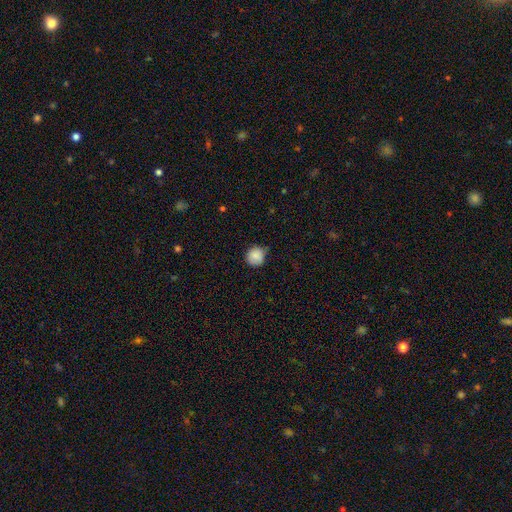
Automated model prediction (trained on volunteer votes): A smooth galaxy with no disk features (86%) that is round (91%). Merging: none (72%).